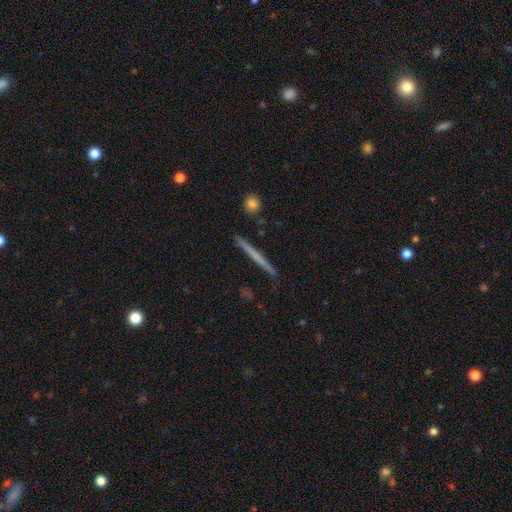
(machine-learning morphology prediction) The model was most divided on "smooth or featured": featured or disk: 48%, smooth: 46%, star or artifact: 6%. More confident: merging — none (90%).